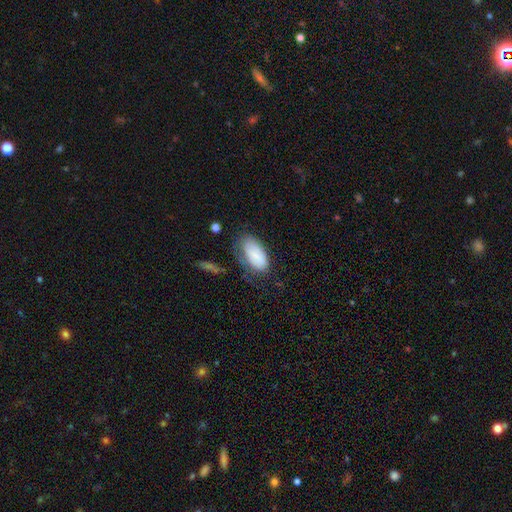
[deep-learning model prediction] This is clearly a smooth galaxy (81%). How rounded: clearly in between (94%). Merging: possibly none (51%).